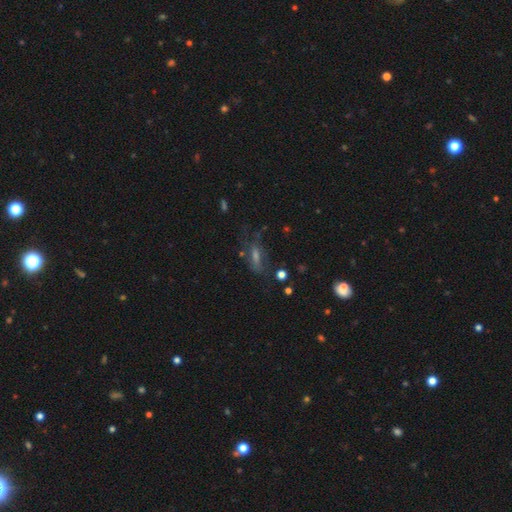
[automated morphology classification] smooth-or-featured: featured or disk: 38% | smooth: 37% | star or artifact: 25%
  merging: none: 53% | major disturbance: 21% | minor disturbance: 21% | merger: 4%